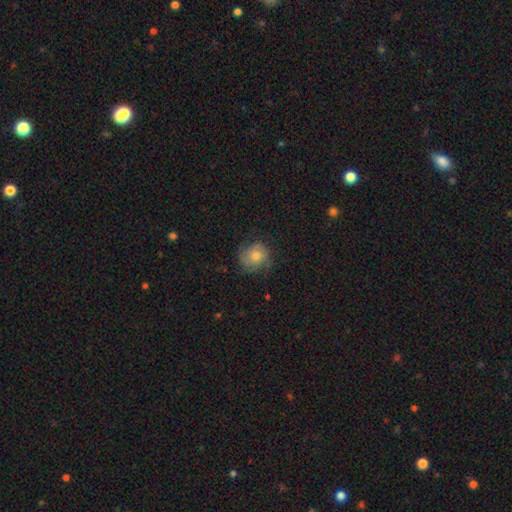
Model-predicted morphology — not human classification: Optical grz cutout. It shows a smooth galaxy with no disk features (55%) that is round (83%). Merging: none (69%).